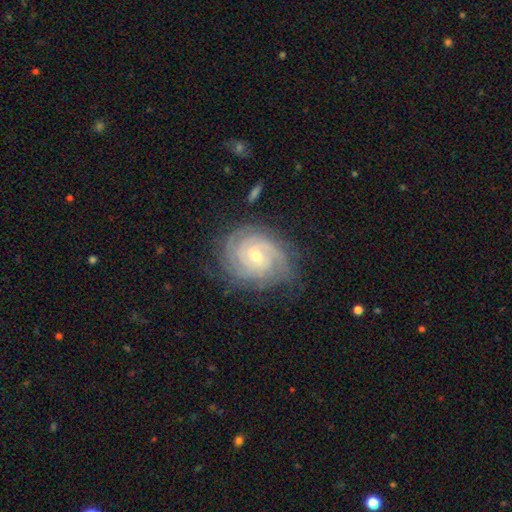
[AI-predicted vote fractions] Morphology: type=featured or disk (87%); edge-on=no (98%); bar=no (61%); spiral arms=yes (98%); winding=tight (80%); arm count=can't tell (26%); bulge=small (61%); merging=none (76%).